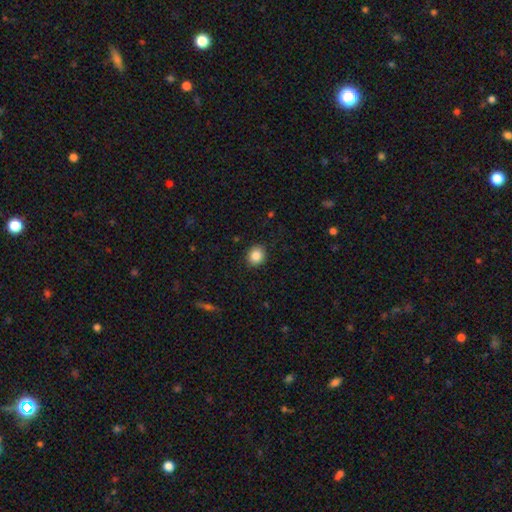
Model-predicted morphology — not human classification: This is clearly a smooth galaxy (86%). How rounded: likely round (76%). Merging: clearly none (89%).